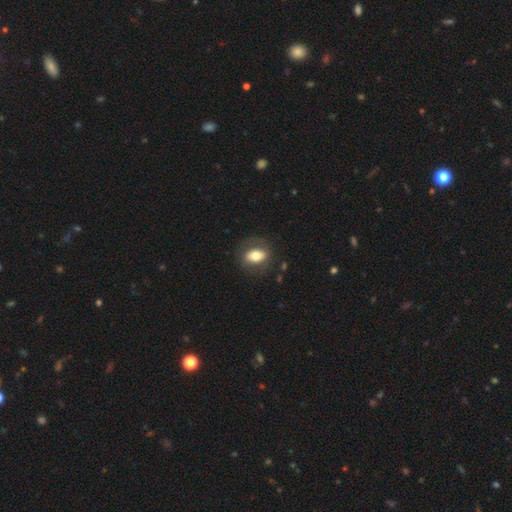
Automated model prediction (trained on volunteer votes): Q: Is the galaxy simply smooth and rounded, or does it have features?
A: smooth — 69%.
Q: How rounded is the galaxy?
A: in between — 78%.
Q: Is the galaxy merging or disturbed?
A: none — 78%.